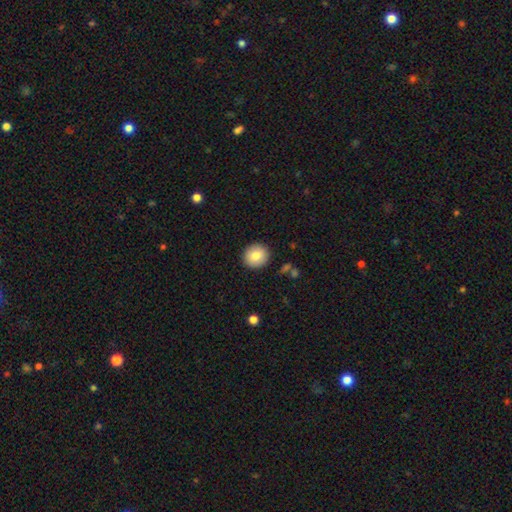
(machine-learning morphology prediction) A smooth galaxy with no disk features (84%) that is round (88%).

Vote fractions:
- Smooth or featured? smooth: 84% / featured or disk: 8% / star or artifact: 8%
- How rounded? round: 88% / in between: 11% / cigar-shaped: 1%
- Merging? none: 91% / minor disturbance: 6% / major disturbance: 2% / merger: 1%